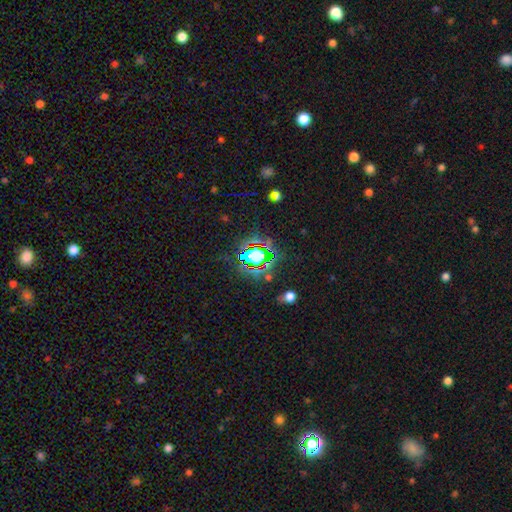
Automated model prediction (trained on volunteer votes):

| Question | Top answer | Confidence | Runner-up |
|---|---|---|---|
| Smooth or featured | star or artifact | 66% | smooth (20%) |